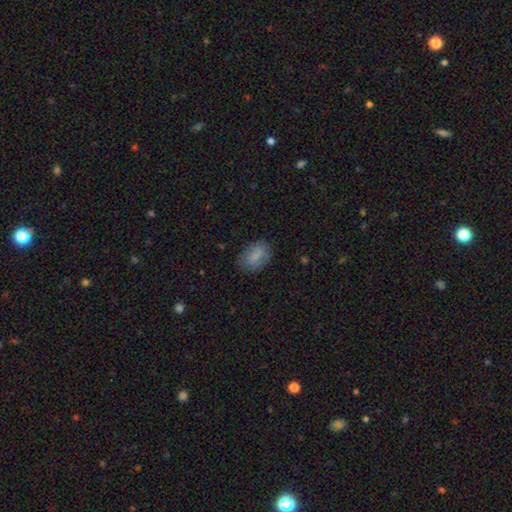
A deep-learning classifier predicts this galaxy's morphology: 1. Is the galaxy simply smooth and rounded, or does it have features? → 81% smooth, 11% featured or disk, 8% star or artifact.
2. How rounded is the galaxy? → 84% in between, 14% round, 2% cigar-shaped.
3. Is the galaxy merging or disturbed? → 77% none, 17% minor disturbance, 5% major disturbance, 1% merger.